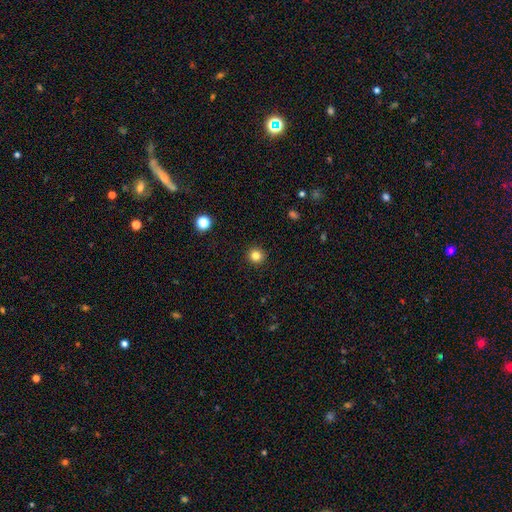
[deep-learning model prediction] smooth 83%, star or artifact 12%, featured or disk 5%. Down the decision tree: how rounded — round (94%); merging — none (93%).